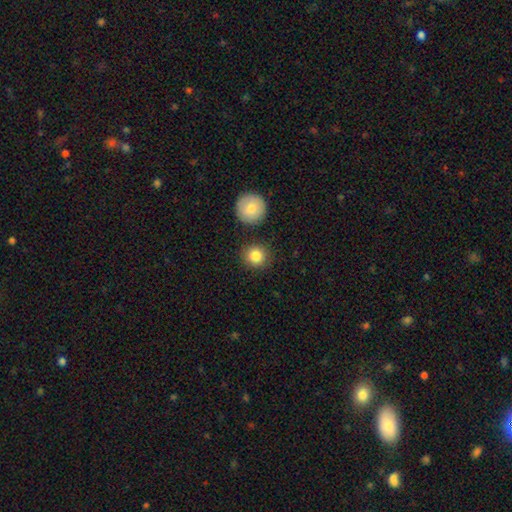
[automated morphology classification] Overall: smooth (84%). How rounded: round (92%). Merging: none (83%).